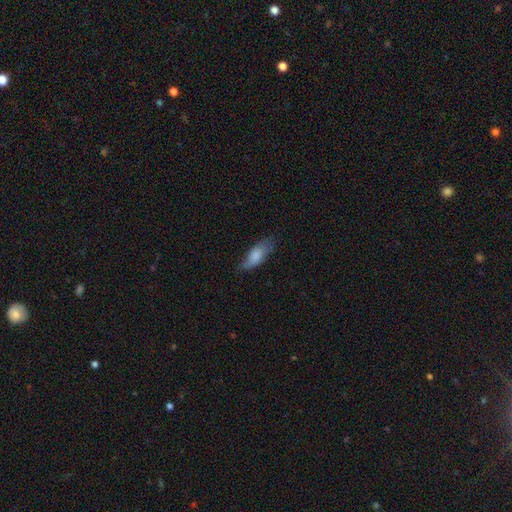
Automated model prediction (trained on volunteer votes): smooth 79%, featured or disk 15%, star or artifact 6%. Down the decision tree: how rounded — in between (78%); merging — none (59%).